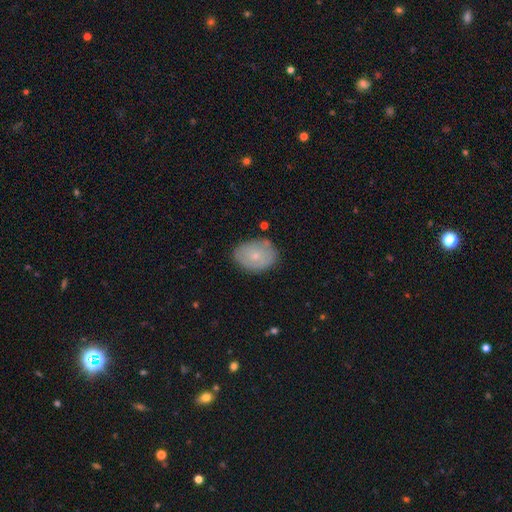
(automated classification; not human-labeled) smooth-or-featured: smooth: 62% | featured or disk: 31% | star or artifact: 7%
  how-rounded: in between: 71% | round: 28% | cigar-shaped: 1%
  merging: none: 71% | minor disturbance: 22% | major disturbance: 5% | merger: 2%